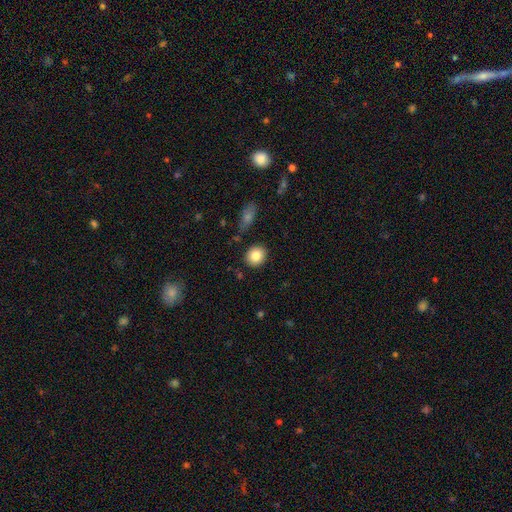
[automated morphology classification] The model was most divided on "how rounded": round: 76%, in between: 23%, cigar-shaped: 1%. More confident: merging — none (86%); smooth or featured — smooth (84%).